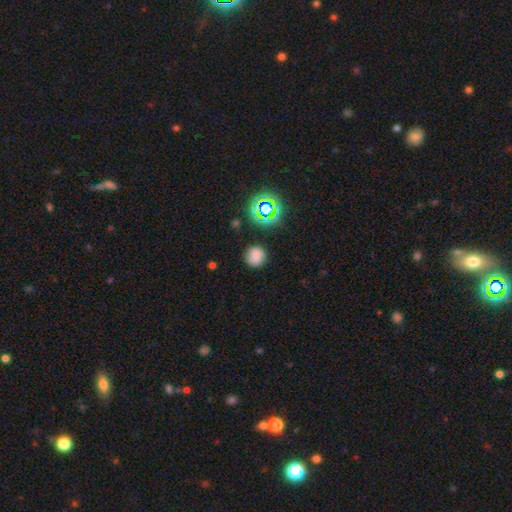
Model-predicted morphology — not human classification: Smooth or featured?
  - smooth: 75% *
  - star or artifact: 17%
  - featured or disk: 8%
How rounded?
  - round: 92% *
  - in between: 7%
  - cigar-shaped: 1%
Merging?
  - none: 85% *
  - minor disturbance: 10%
  - major disturbance: 3%
  - merger: 2%